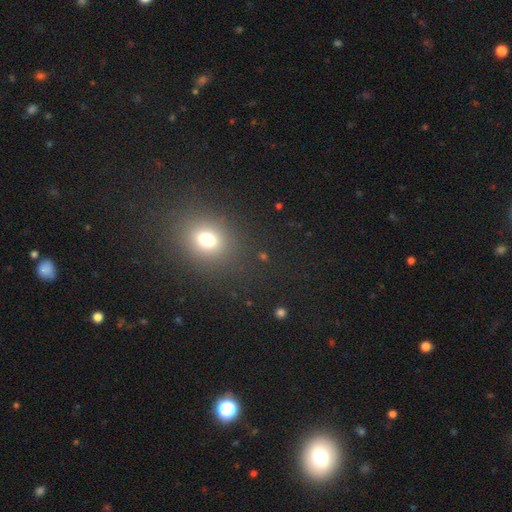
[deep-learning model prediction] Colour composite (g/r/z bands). It shows a smooth galaxy with no disk features (62%) that is round (62%). Merging: none (89%).